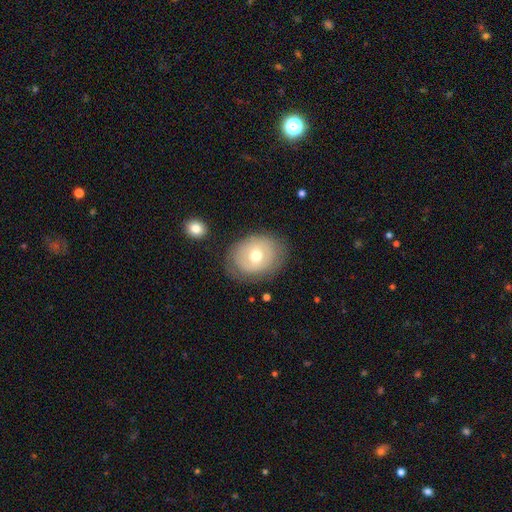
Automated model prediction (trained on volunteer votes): smooth-or-featured: smooth: 51% | featured or disk: 41% | star or artifact: 8%
  how-rounded: round: 50% | in between: 49% | cigar-shaped: 1%
  merging: none: 75% | minor disturbance: 17% | major disturbance: 6% | merger: 2%